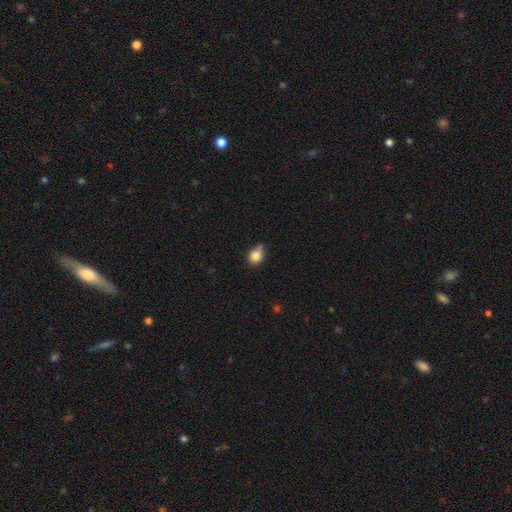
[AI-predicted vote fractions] Smooth or featured? smooth (80%)
How rounded? in between (54%)
Merging? none (44%)